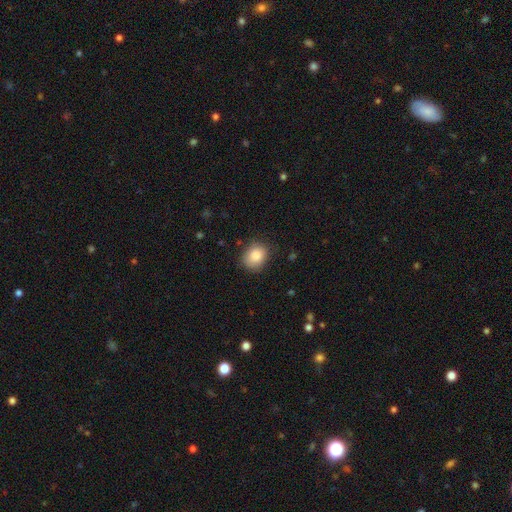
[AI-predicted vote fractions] Smooth or featured? smooth (87%)
How rounded? round (60%)
Merging? none (79%)